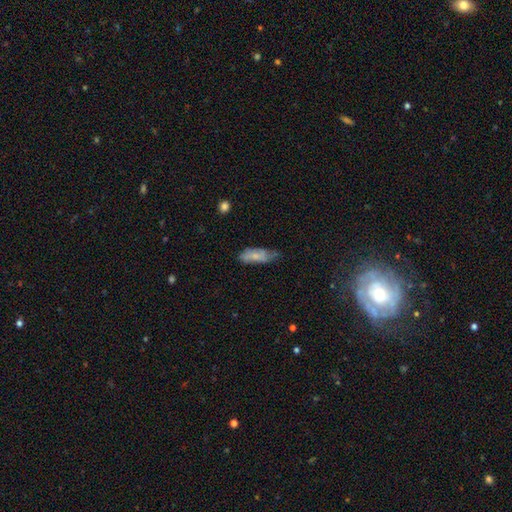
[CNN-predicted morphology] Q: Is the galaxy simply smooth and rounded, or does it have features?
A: smooth — 66%.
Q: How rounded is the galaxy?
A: in between — 74%.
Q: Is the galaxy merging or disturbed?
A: none — 45%.